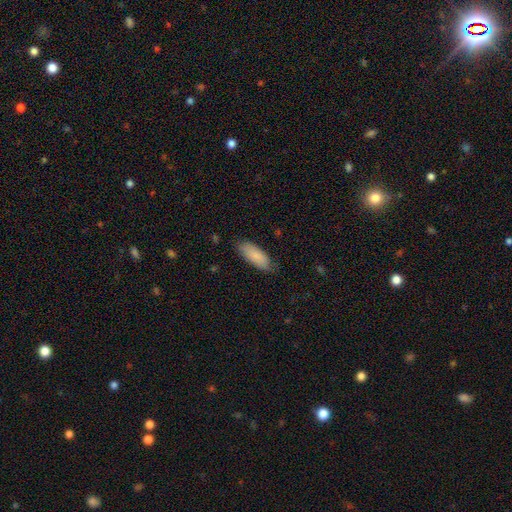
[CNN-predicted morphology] This appears to be a smooth galaxy with no disk features (85%) that is in between round and cigar-shaped (77%). Merging: none (78%).